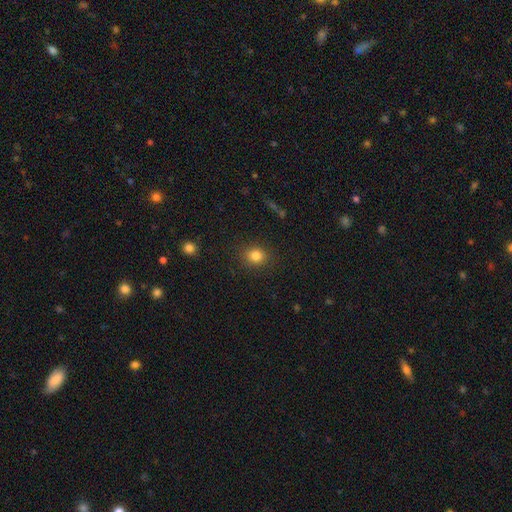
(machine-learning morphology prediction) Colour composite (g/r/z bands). It shows a smooth galaxy with no disk features (82%) that is round (68%). Merging: none (87%).